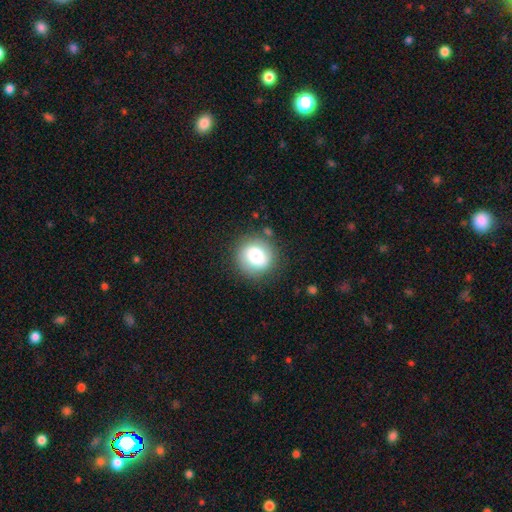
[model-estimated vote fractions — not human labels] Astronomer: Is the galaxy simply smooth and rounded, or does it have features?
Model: smooth — 69%.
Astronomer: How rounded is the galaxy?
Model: round — 88%.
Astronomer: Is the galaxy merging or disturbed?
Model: none — 81%.